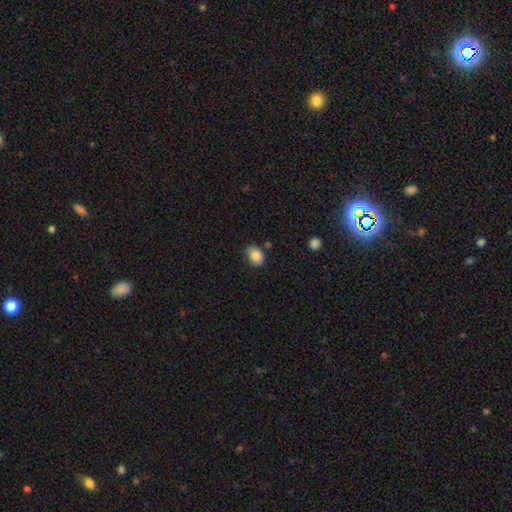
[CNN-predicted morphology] A smooth galaxy with no disk features (86%) that is in between round and cigar-shaped (60%).

Vote fractions:
- Smooth or featured? smooth: 86% / star or artifact: 9% / featured or disk: 6%
- How rounded? in between: 60% / round: 39% / cigar-shaped: 1%
- Merging? none: 67% / minor disturbance: 25% / major disturbance: 4% / merger: 4%